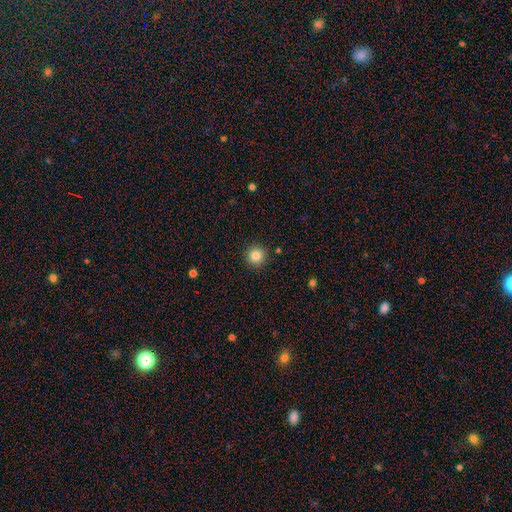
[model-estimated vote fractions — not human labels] Overall: smooth (84%). How rounded: round (95%). Merging: none (91%).